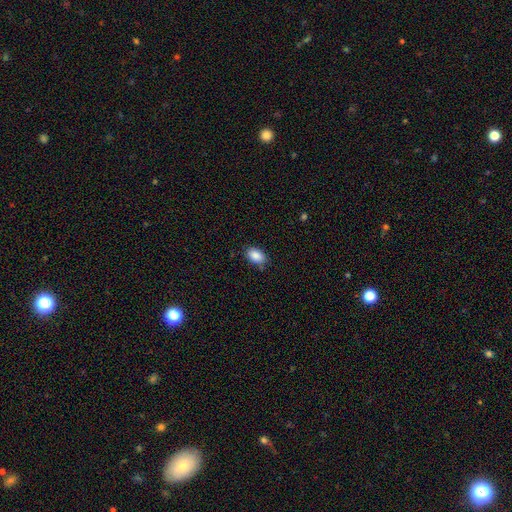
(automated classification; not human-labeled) smooth-or-featured: smooth: 89% | star or artifact: 8% | featured or disk: 4%
  how-rounded: in between: 88% | round: 11% | cigar-shaped: 1%
  merging: none: 81% | minor disturbance: 14% | major disturbance: 3% | merger: 2%